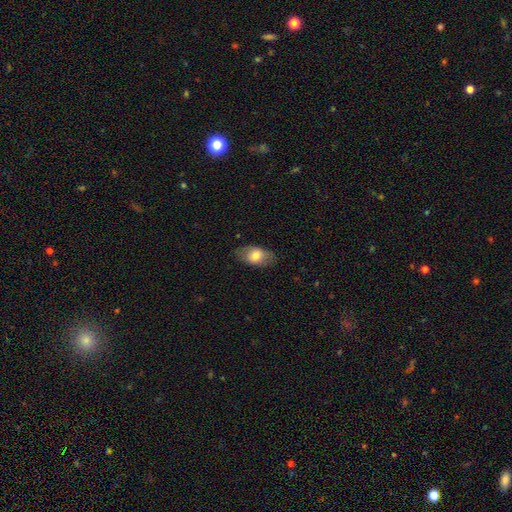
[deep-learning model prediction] The model was most divided on "smooth or featured": smooth: 71%, featured or disk: 22%, star or artifact: 7%. More confident: how rounded — in between (90%); merging — none (80%).